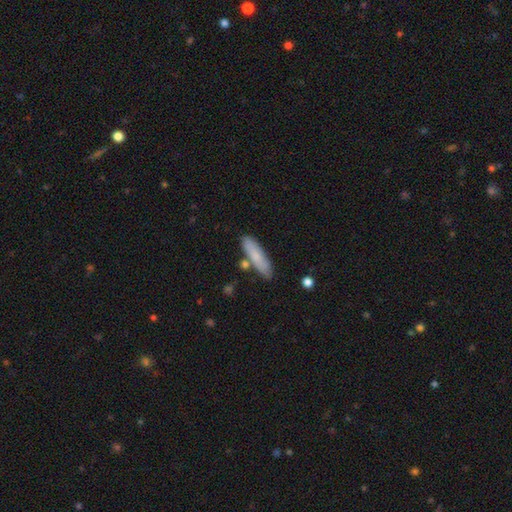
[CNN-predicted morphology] A smooth galaxy with no disk features (77%) that is cigar-shaped (69%).

Vote fractions:
- Smooth or featured? smooth: 77% / featured or disk: 17% / star or artifact: 6%
- How rounded? cigar-shaped: 69% / in between: 29% / round: 2%
- Merging? none: 77% / minor disturbance: 14% / merger: 6% / major disturbance: 3%